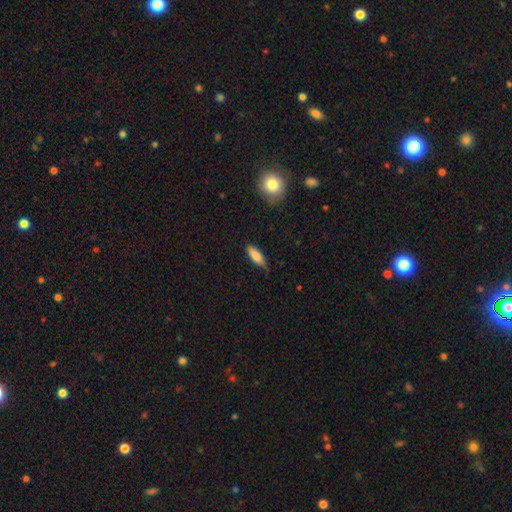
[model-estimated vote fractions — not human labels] This appears to be a smooth galaxy with no disk features (82%) that is in between round and cigar-shaped (60%). Merging: none (64%).